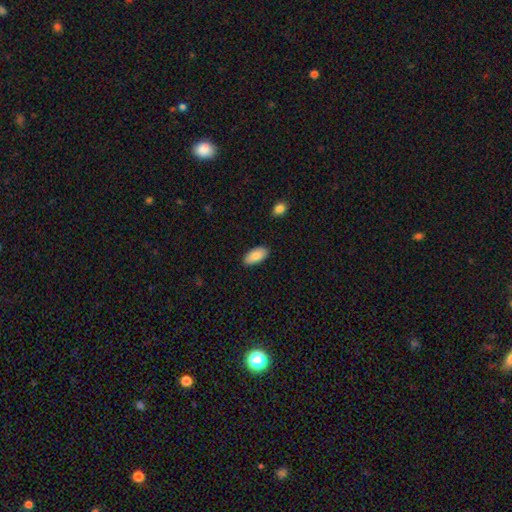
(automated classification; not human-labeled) A smooth galaxy with no disk features (85%) that is in between round and cigar-shaped (93%). Merging: none (87%).